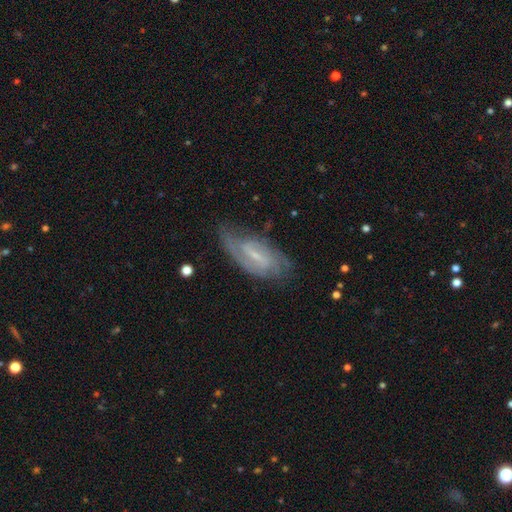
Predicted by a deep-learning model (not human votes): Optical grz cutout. It shows a featured or disk galaxy (81%) with a weak bar (53%), 2 (63%) medium (44%) spiral arms (93%) and a small central bulge (66%). Merging: none (69%).